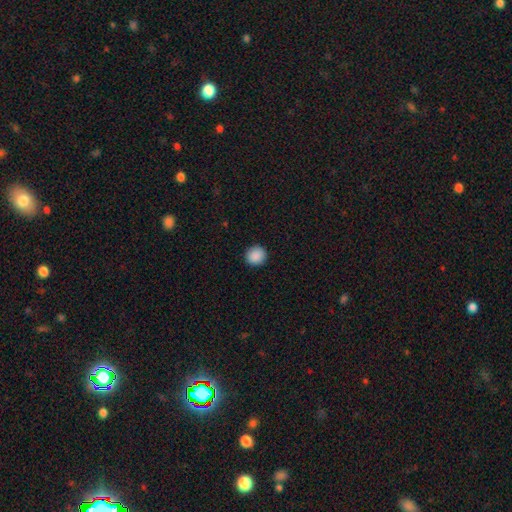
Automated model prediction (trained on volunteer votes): Smooth or featured? smooth (89%)
How rounded? round (92%)
Merging? none (92%)